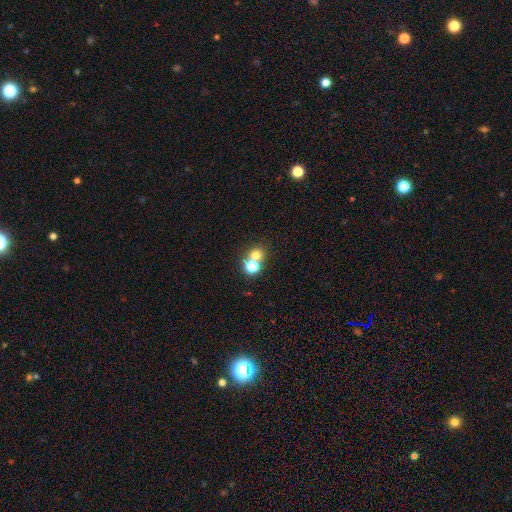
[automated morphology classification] Smooth or featured? Predicted: smooth (p=0.69). How rounded? Predicted: round (p=0.83). Merging? Predicted: none (p=0.48).